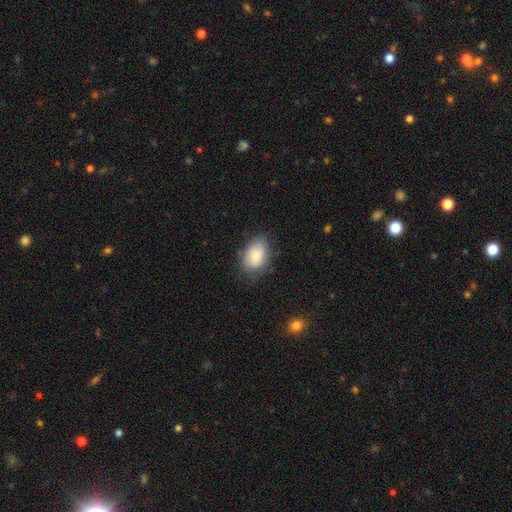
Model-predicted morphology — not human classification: This appears to be a smooth galaxy with no disk features (79%) that is in between round and cigar-shaped (82%). Merging: none (72%).